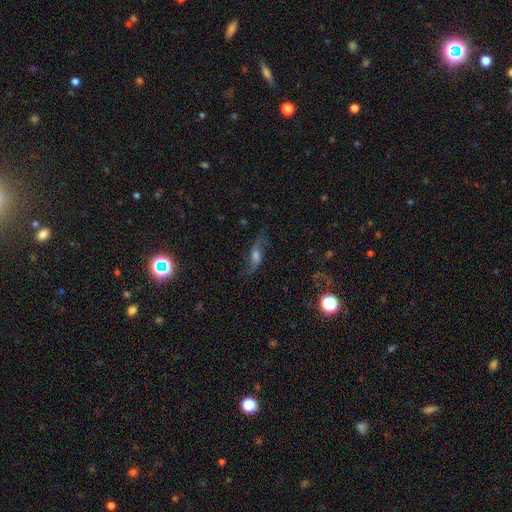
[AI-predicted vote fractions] A featured or disk galaxy (69%) with no bar (44%), 2 (90%) loose (79%) spiral arms (92%) and a moderate central bulge (44%). Merging: none (72%).